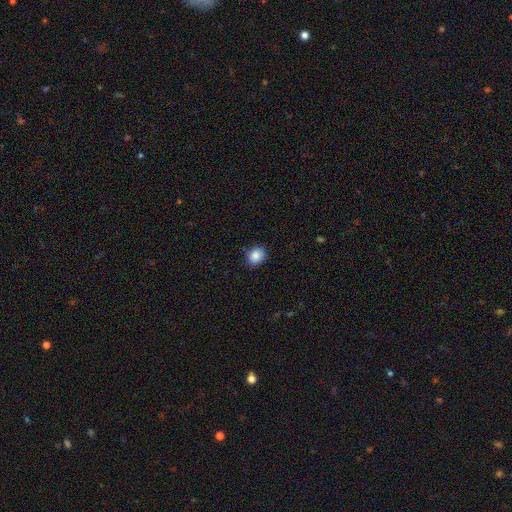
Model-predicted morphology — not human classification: smooth 87%, star or artifact 9%, featured or disk 4%. Down the decision tree: how rounded — round (68%); merging — none (84%).